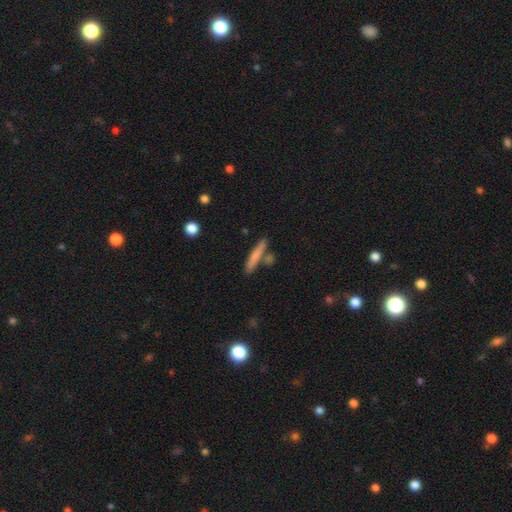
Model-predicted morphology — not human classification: Smooth or featured?
  - smooth: 71% *
  - featured or disk: 23%
  - star or artifact: 6%
How rounded?
  - cigar-shaped: 91% *
  - in between: 7%
  - round: 2%
Merging?
  - none: 74% *
  - merger: 12%
  - minor disturbance: 11%
  - major disturbance: 3%